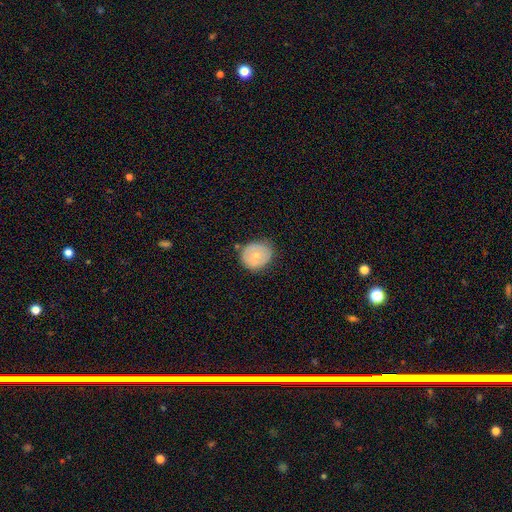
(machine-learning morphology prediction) The model was most divided on "smooth or featured": smooth: 67%, featured or disk: 26%, star or artifact: 7%. More confident: how rounded — round (75%); merging — none (69%).